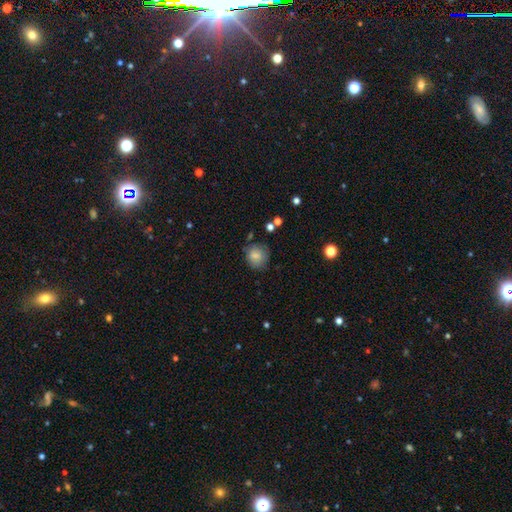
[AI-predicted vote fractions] The model was most divided on "merging": none: 72%, minor disturbance: 20%, major disturbance: 5%, merger: 3%. More confident: smooth or featured — smooth (83%); how rounded — round (83%).